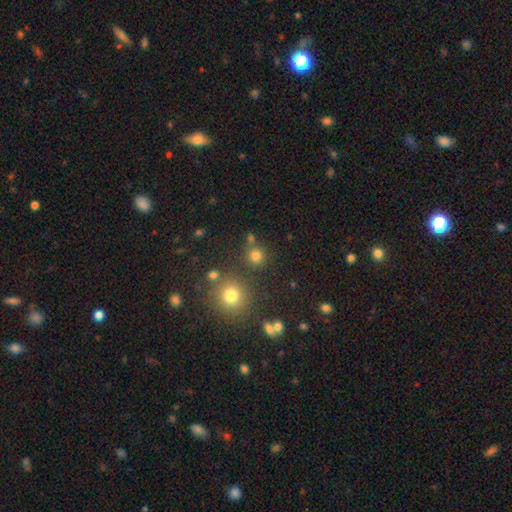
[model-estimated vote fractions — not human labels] Overall: smooth (76%). How rounded: round (92%). Merging: none (79%).